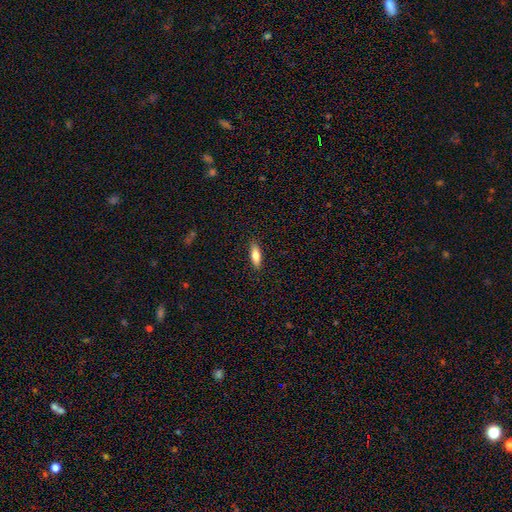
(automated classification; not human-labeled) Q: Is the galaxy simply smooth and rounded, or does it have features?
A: smooth — 73%.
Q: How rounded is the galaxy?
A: in between — 56%.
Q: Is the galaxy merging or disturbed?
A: none — 88%.